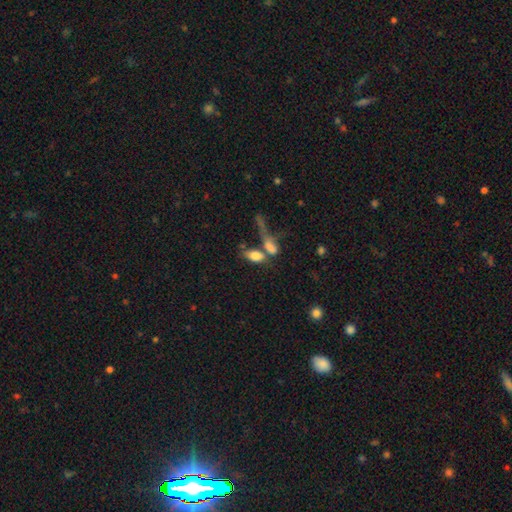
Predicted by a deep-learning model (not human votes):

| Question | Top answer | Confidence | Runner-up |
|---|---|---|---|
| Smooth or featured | smooth | 75% | featured or disk (16%) |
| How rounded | in between | 85% | cigar-shaped (9%) |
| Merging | merger | 51% | none (26%) |